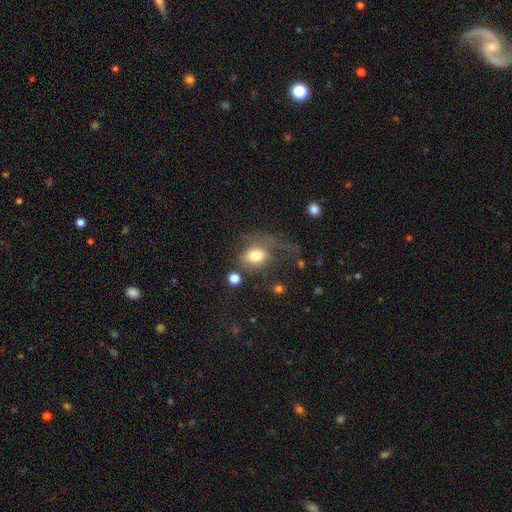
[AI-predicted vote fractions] A smooth galaxy with no disk features (74%) that is in between round and cigar-shaped (55%).

Vote fractions:
- Smooth or featured? smooth: 74% / featured or disk: 16% / star or artifact: 9%
- How rounded? in between: 55% / round: 43% / cigar-shaped: 2%
- Merging? major disturbance: 40% / none: 31% / minor disturbance: 20% / merger: 8%